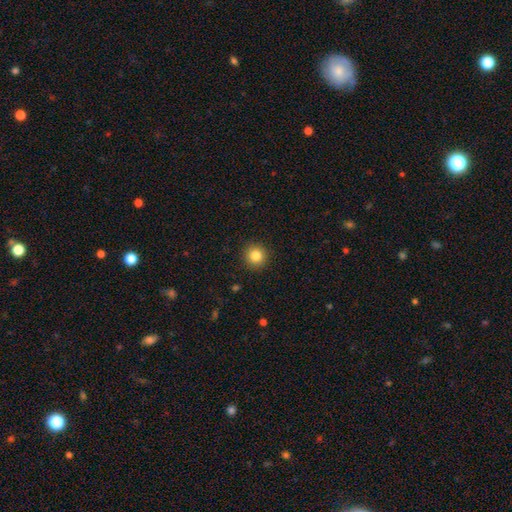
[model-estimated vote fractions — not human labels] Q: Smooth or featured?
A: smooth (84%); runner-up: star or artifact (10%)
Q: How rounded?
A: round (94%); runner-up: in between (5%)
Q: Merging?
A: none (91%); runner-up: minor disturbance (6%)